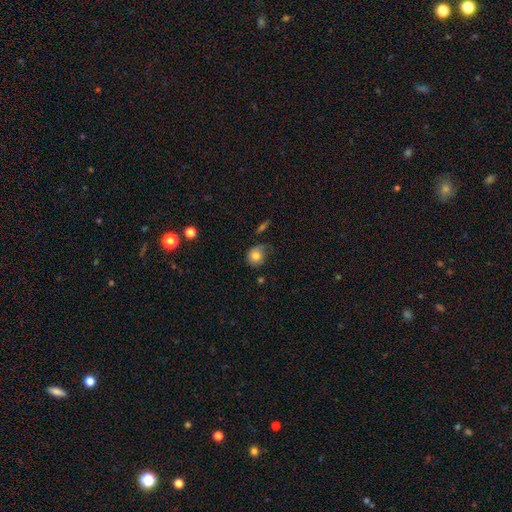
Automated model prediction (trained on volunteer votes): The model was most divided on "merging": none: 53%, minor disturbance: 28%, major disturbance: 15%, merger: 4%. More confident: how rounded — round (80%); smooth or featured — smooth (75%).